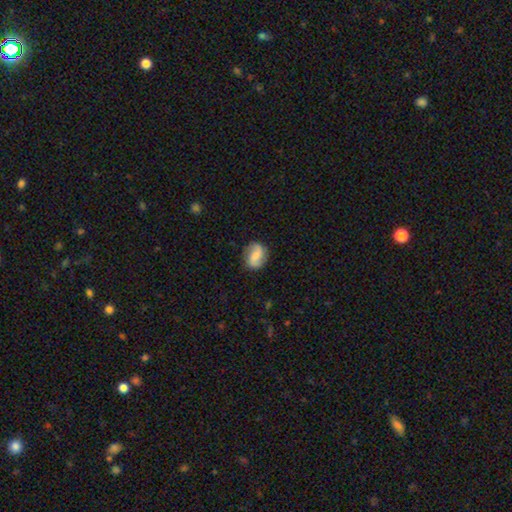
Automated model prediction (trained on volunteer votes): Smooth or featured? Predicted: featured or disk (p=0.58). Edge-on disk? Predicted: no (p=0.97). Bar? Predicted: weak (p=0.42). Spiral arms? Predicted: yes (p=0.92). Spiral winding? Predicted: loose (p=0.52). Spiral arm count? Predicted: 2 (p=0.90). Bulge size? Predicted: small (p=0.34). Merging? Predicted: none (p=0.82).